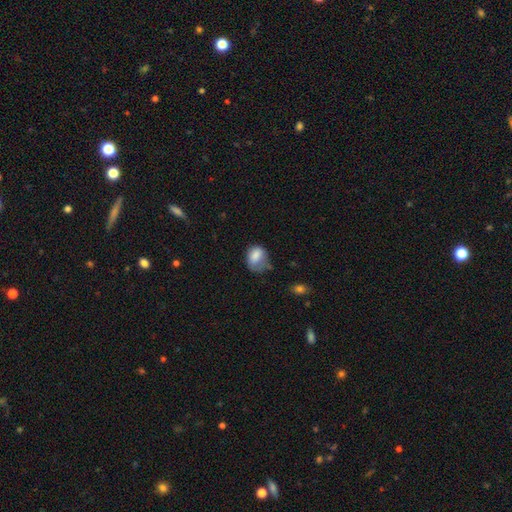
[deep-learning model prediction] Q: Smooth or featured?
A: smooth (79%); runner-up: featured or disk (13%)
Q: How rounded?
A: in between (60%); runner-up: round (39%)
Q: Merging?
A: minor disturbance (37%); runner-up: none (34%)